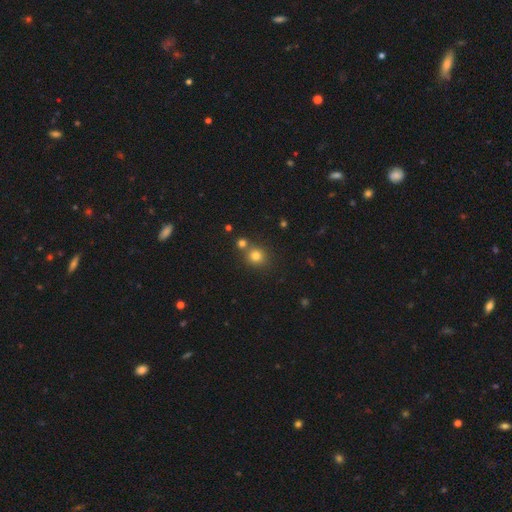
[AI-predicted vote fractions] Smooth or featured: smooth — 79% (star or artifact — 15%)
How rounded: round — 87% (in between — 12%)
Merging: none — 67% (merger — 22%)